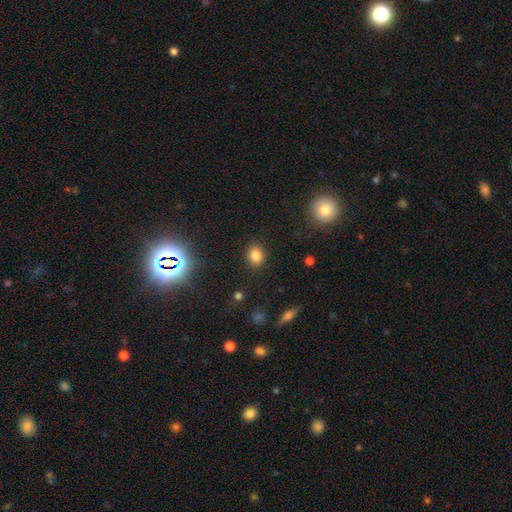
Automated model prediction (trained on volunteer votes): This appears to be a smooth galaxy with no disk features (81%) that is round (67%). Merging: none (88%).